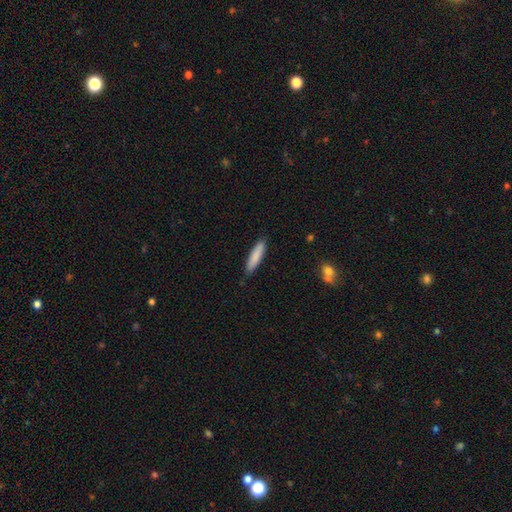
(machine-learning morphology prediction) A smooth galaxy with no disk features (85%) that is cigar-shaped (80%). Merging: none (86%).